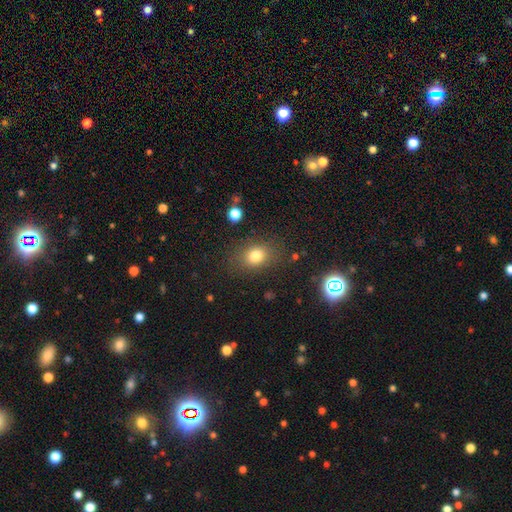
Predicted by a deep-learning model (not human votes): smooth 79%, star or artifact 13%, featured or disk 8%. Down the decision tree: how rounded — in between (58%); merging — none (80%).